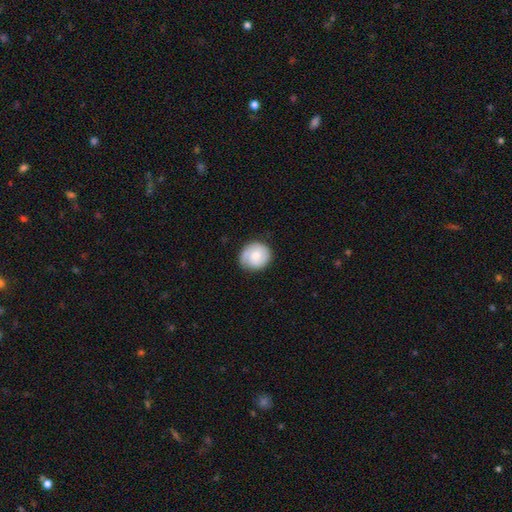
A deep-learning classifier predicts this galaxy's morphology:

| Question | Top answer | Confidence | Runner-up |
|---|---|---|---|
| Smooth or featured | smooth | 56% | featured or disk (37%) |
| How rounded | round | 84% | in between (15%) |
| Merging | none | 76% | minor disturbance (18%) |